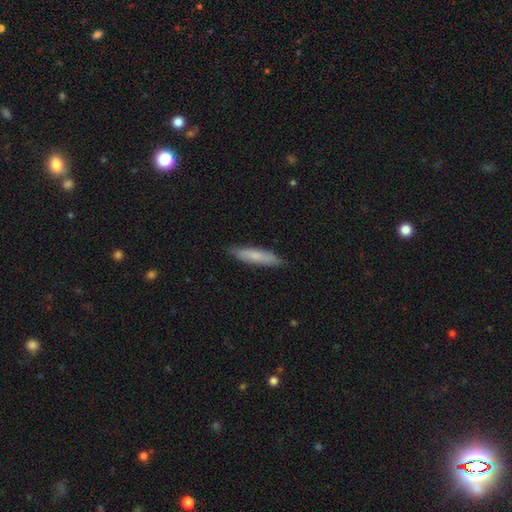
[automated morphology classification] Overall: smooth (73%). How rounded: cigar-shaped (82%). Merging: none (86%).